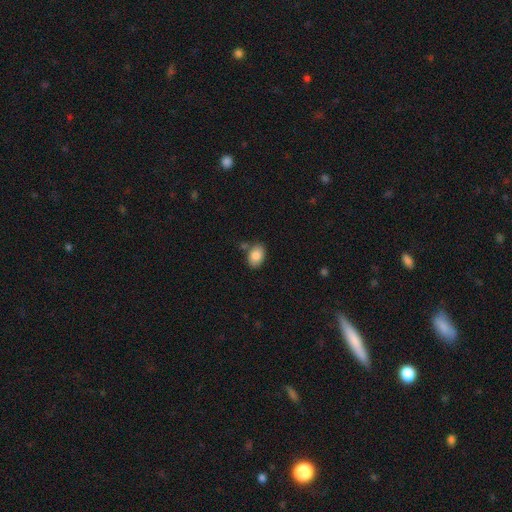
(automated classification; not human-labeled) This appears to be a smooth galaxy with no disk features (85%) that is in between round and cigar-shaped (81%). Merging: none (72%).